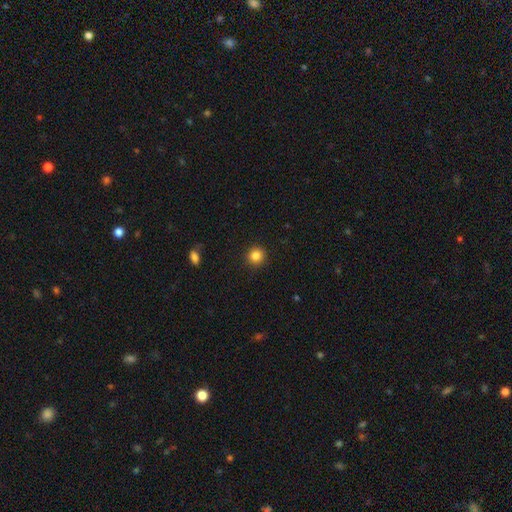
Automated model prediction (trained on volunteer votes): Morphology: type=smooth (84%); roundness=round (92%); merging=none (91%).